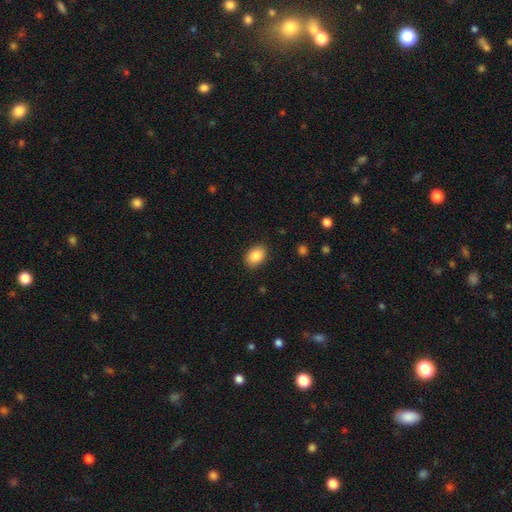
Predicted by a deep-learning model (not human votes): smooth_or_featured: smooth (p=0.87) [alt: star or artifact p=0.08]
how_rounded: in between (p=0.80) [alt: round p=0.19]
merging: none (p=0.87) [alt: minor disturbance p=0.09]